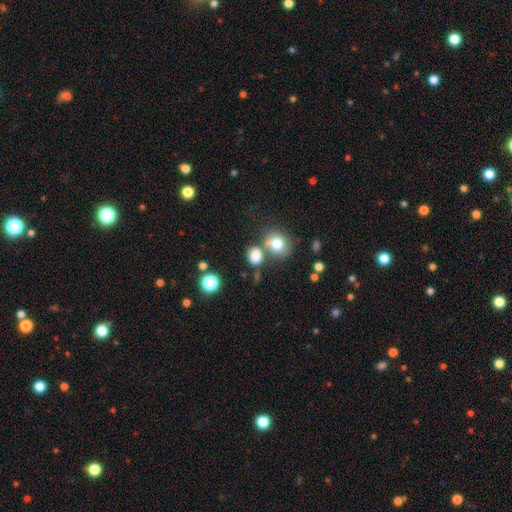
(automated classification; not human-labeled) smooth-or-featured: smooth: 78% | star or artifact: 13% | featured or disk: 9%
  how-rounded: round: 54% | in between: 44% | cigar-shaped: 1%
  merging: none: 50% | merger: 32% | minor disturbance: 13% | major disturbance: 6%